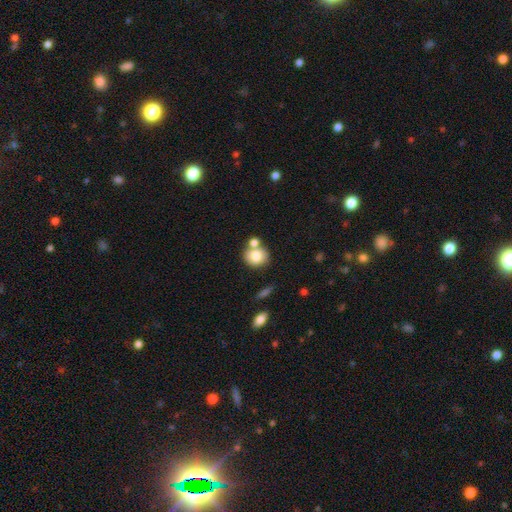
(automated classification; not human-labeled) Q: Smooth or featured?
A: smooth (78%); runner-up: featured or disk (13%)
Q: How rounded?
A: round (77%); runner-up: in between (21%)
Q: Merging?
A: none (56%); runner-up: merger (30%)